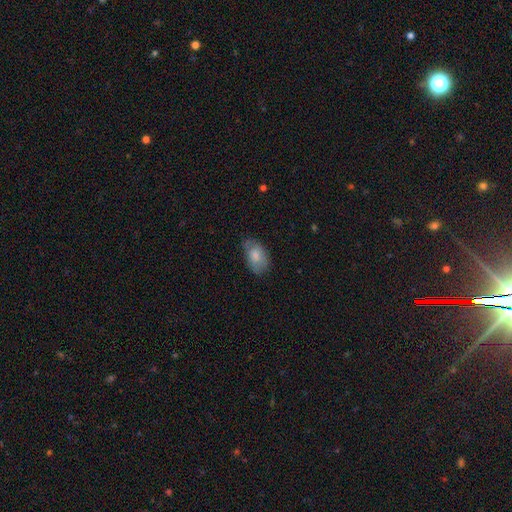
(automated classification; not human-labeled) Morphology: type=smooth (76%); roundness=in between (89%); merging=none (60%).